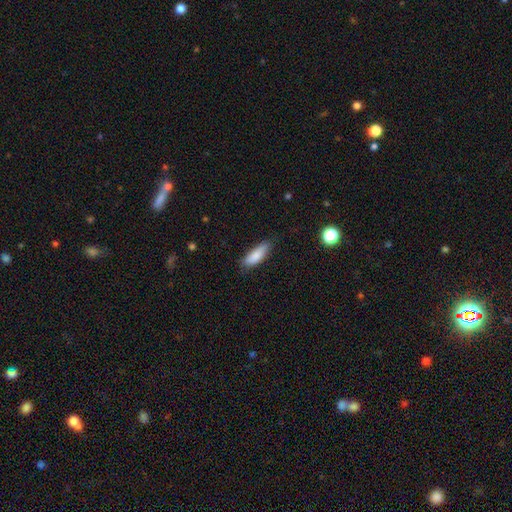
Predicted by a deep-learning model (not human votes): smooth 85%, featured or disk 9%, star or artifact 6%. Down the decision tree: how rounded — in between (58%); merging — none (76%).